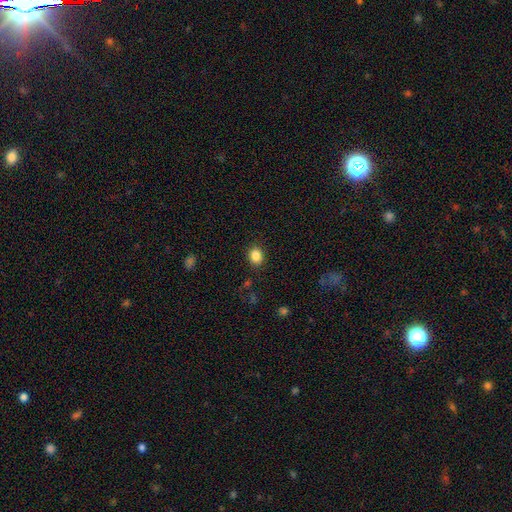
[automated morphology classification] Q: Smooth or featured?
A: smooth (85%); runner-up: star or artifact (10%)
Q: How rounded?
A: round (56%); runner-up: in between (43%)
Q: Merging?
A: none (87%); runner-up: minor disturbance (9%)